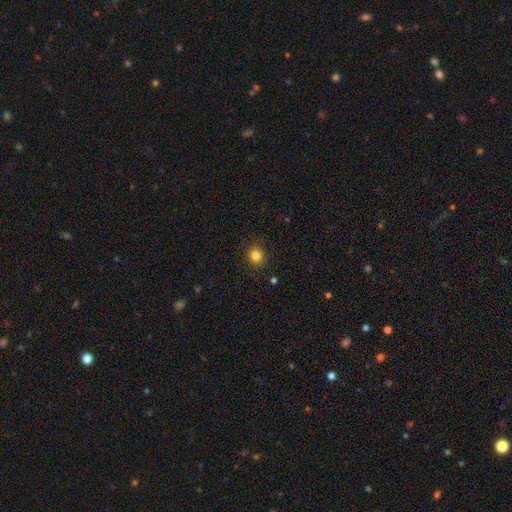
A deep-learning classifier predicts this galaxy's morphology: Smooth or featured: smooth — 82% (star or artifact — 12%)
How rounded: round — 80% (in between — 19%)
Merging: none — 88% (minor disturbance — 9%)